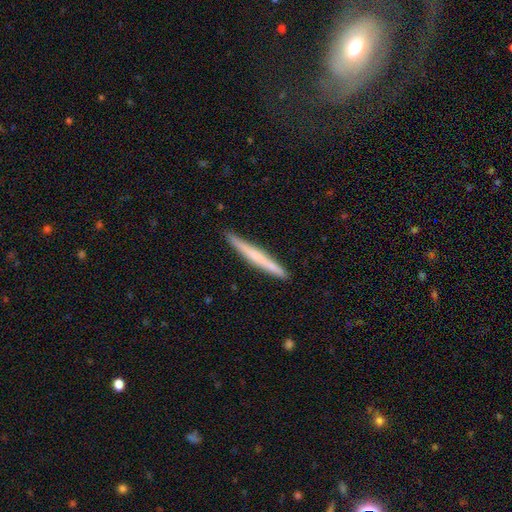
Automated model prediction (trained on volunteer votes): This is possibly a smooth galaxy (54%). How rounded: clearly cigar-shaped (97%). Merging: clearly none (90%).